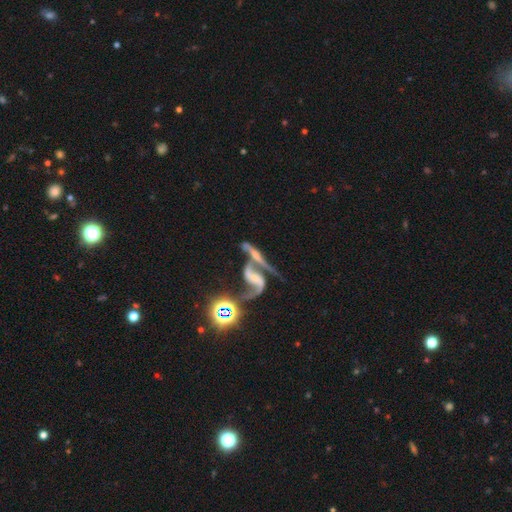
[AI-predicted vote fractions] This appears to be a featured or disk galaxy (71%) with no bar (50%), spiral arms (78%) and no central bulge (38%). Merging: merger (59%).